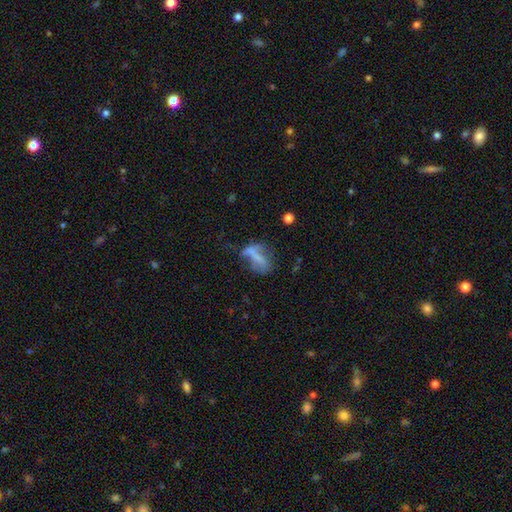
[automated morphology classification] smooth-or-featured: smooth: 48% | featured or disk: 38% | star or artifact: 14%
  merging: none: 32% | major disturbance: 31% | minor disturbance: 22% | merger: 15%